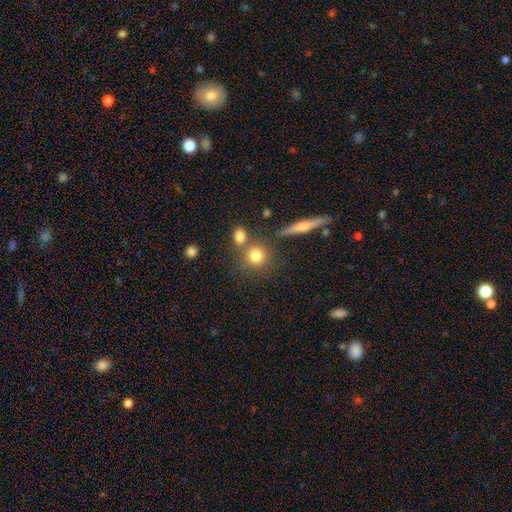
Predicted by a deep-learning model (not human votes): Morphology: type=smooth (79%); roundness=round (84%); merging=none (65%).